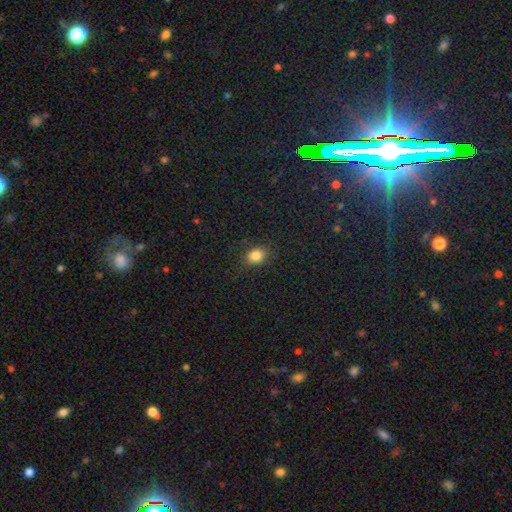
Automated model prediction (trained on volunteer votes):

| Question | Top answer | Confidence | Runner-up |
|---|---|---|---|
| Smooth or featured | smooth | 83% | star or artifact (12%) |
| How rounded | in between | 66% | round (33%) |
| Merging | none | 83% | minor disturbance (12%) |